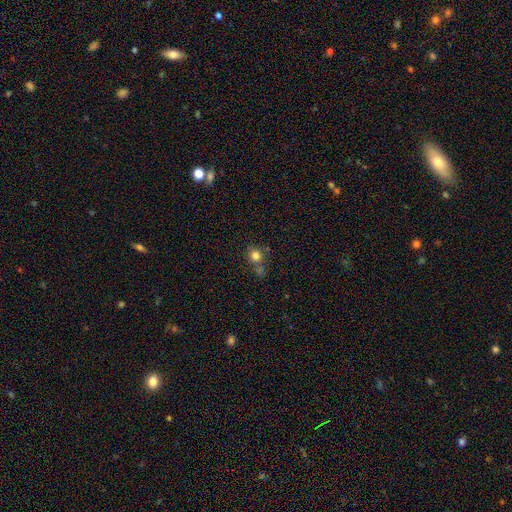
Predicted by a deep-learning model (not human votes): Overall: smooth (79%). How rounded: round (88%). Merging: none (62%).